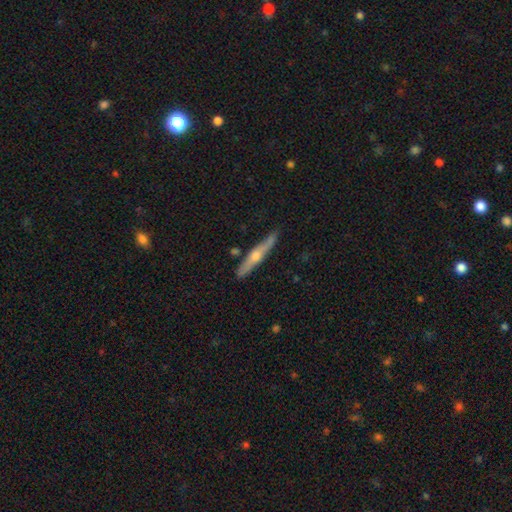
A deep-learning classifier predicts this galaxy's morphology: smooth-or-featured: featured or disk: 61% | smooth: 34% | star or artifact: 6%
  disk-edge-on: yes: 94% | no: 6%
    edge-on-bulge: rounded: 87% | none: 9% | boxy: 3%
  merging: none: 82% | minor disturbance: 13% | merger: 3% | major disturbance: 2%